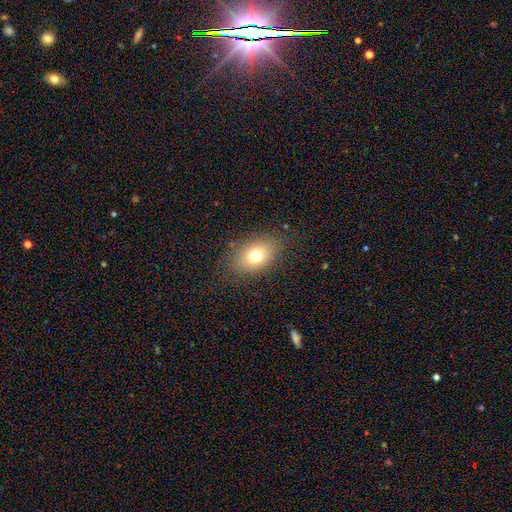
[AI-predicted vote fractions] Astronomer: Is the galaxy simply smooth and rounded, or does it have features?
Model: smooth — 73%.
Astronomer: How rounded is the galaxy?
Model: in between — 79%.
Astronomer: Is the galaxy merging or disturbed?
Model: none — 81%.